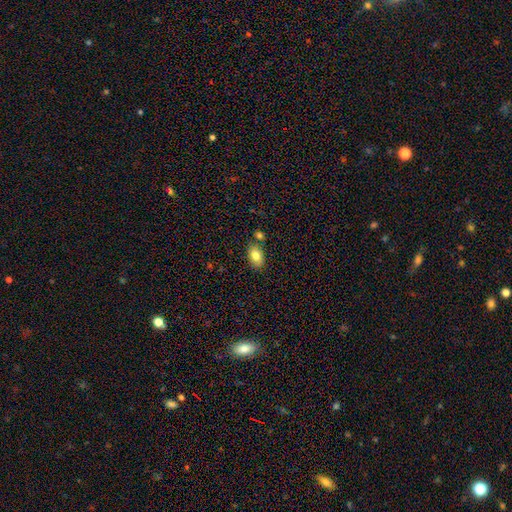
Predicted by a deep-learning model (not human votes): smooth-or-featured: smooth: 81% | featured or disk: 10% | star or artifact: 8%
  how-rounded: in between: 87% | round: 11% | cigar-shaped: 1%
  merging: none: 74% | minor disturbance: 12% | merger: 11% | major disturbance: 3%